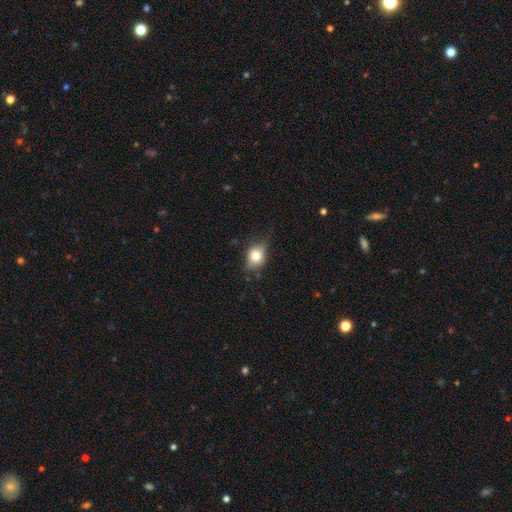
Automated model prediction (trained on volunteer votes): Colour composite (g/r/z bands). It shows a smooth galaxy with no disk features (70%) that is in between round and cigar-shaped (50%). Merging: none (59%).